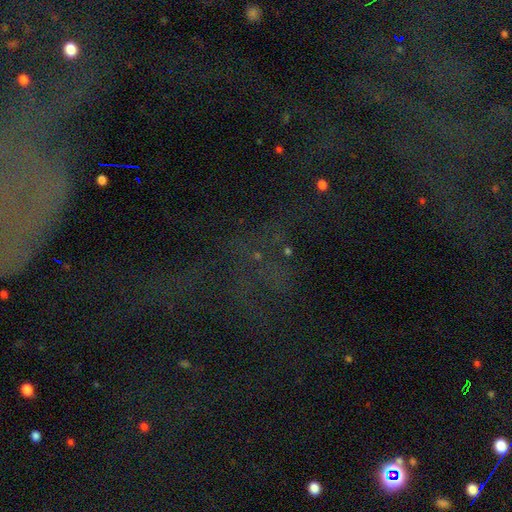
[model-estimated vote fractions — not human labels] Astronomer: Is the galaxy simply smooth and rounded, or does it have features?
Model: star or artifact — 68%.